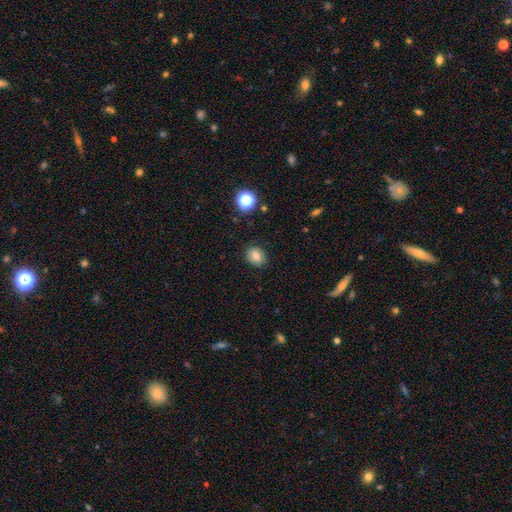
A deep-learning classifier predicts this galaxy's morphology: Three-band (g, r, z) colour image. It shows a smooth galaxy with no disk features (80%) that is round (53%). Merging: none (86%).